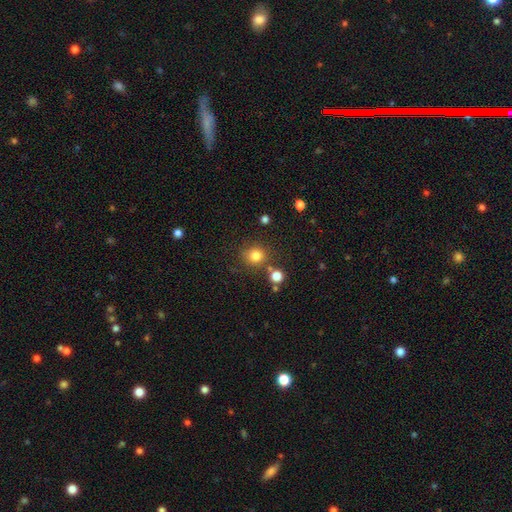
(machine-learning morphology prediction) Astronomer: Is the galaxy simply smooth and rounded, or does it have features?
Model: smooth — 81%.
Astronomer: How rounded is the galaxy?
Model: round — 88%.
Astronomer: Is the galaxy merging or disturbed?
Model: none — 77%.